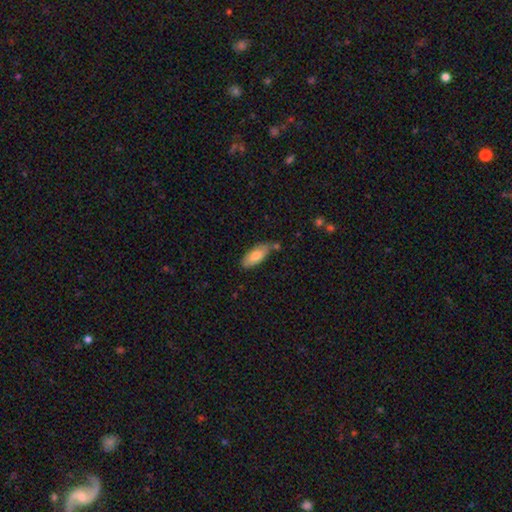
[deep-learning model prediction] Q: Smooth or featured?
A: smooth (75%); runner-up: featured or disk (19%)
Q: How rounded?
A: in between (81%); runner-up: cigar-shaped (17%)
Q: Merging?
A: none (69%); runner-up: minor disturbance (20%)